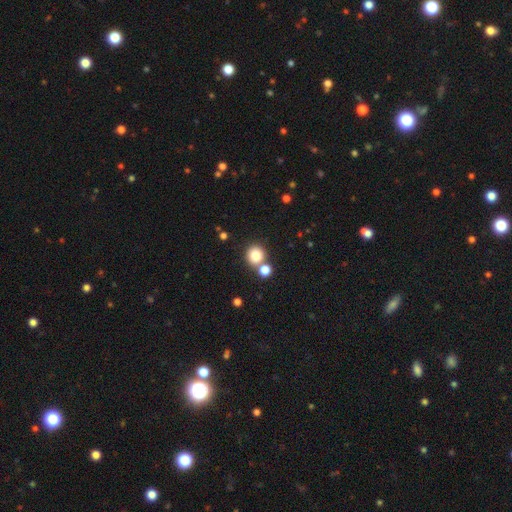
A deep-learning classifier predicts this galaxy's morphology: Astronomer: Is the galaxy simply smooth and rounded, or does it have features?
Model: smooth — 80%.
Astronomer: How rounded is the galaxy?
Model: round — 88%.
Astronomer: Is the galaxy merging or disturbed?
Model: none — 65%.